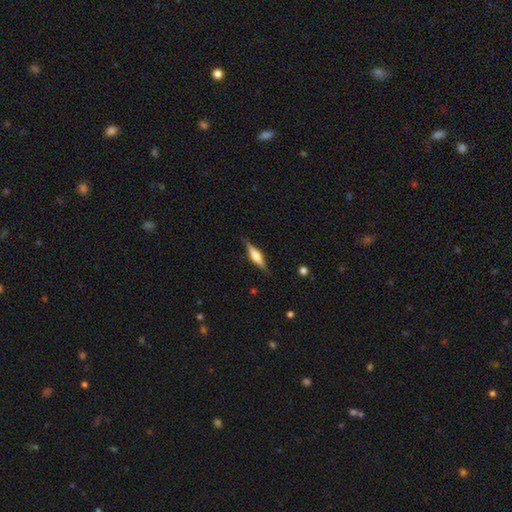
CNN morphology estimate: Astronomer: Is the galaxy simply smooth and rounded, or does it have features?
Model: featured or disk — 66%.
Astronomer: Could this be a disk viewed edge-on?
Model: yes — 97%.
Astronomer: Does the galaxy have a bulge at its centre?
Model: rounded — 78%.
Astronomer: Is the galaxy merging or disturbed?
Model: none — 86%.